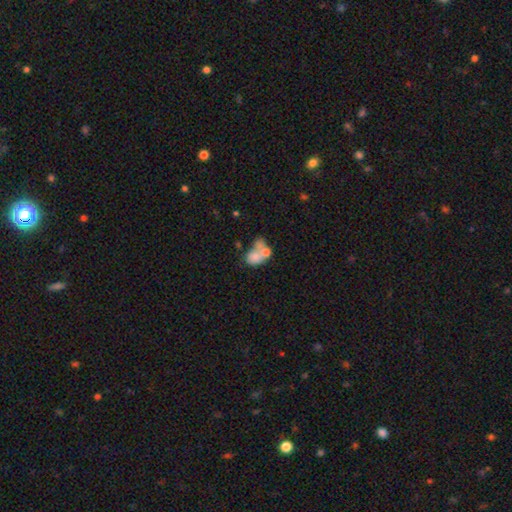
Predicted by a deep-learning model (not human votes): smooth-or-featured: smooth: 62% | featured or disk: 28% | star or artifact: 10%
  how-rounded: in between: 61% | round: 38% | cigar-shaped: 1%
  merging: merger: 63% | none: 19% | major disturbance: 9% | minor disturbance: 9%